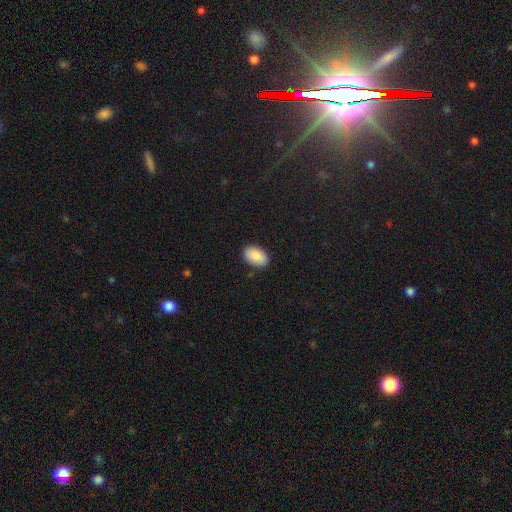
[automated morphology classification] This appears to be a smooth galaxy with no disk features (89%) that is in between round and cigar-shaped (93%). Merging: none (88%).